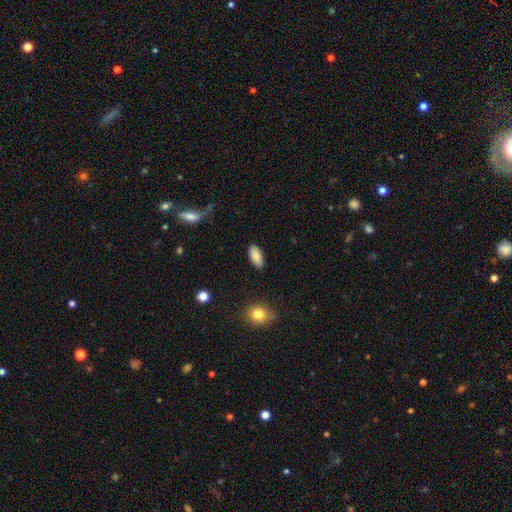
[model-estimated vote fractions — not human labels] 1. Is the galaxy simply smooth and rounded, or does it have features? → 88% smooth, 7% star or artifact, 5% featured or disk.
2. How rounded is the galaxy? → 88% in between, 10% cigar-shaped, 2% round.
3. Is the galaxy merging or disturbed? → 85% none, 11% minor disturbance, 2% major disturbance, 1% merger.